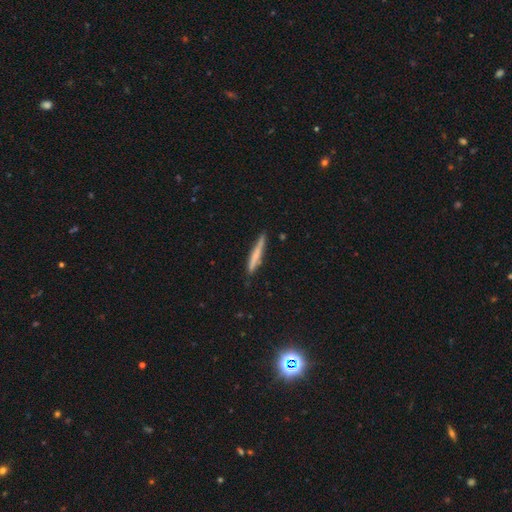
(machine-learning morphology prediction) The model was most divided on "smooth or featured": smooth: 59%, featured or disk: 35%, star or artifact: 6%. More confident: how rounded — cigar-shaped (95%); merging — none (82%).